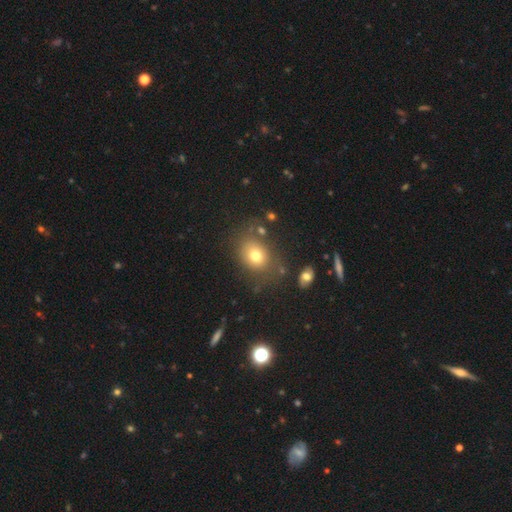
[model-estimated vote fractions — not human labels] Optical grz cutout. It shows a smooth galaxy with no disk features (74%) that is round (50%). Merging: none (69%).